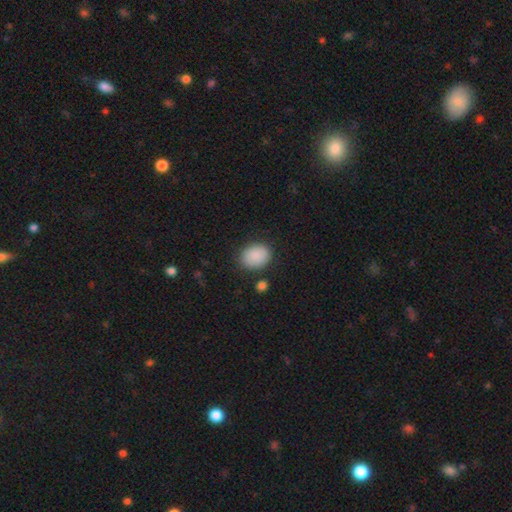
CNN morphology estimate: Overall: smooth (89%). How rounded: in between (59%; round 40%). Merging: none (82%).